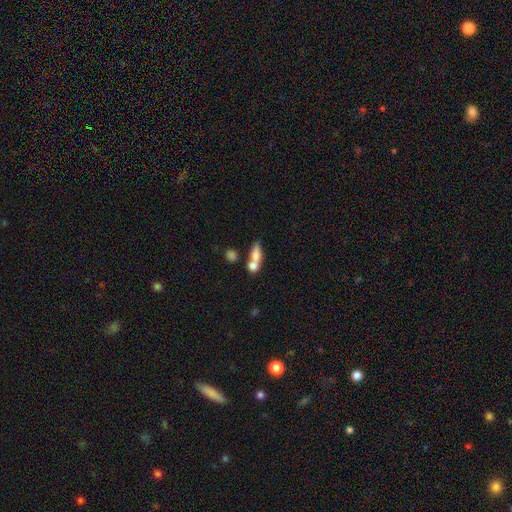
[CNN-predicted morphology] This is likely a smooth galaxy (69%). How rounded: possibly in between (55%). Merging: possibly merger (56%).